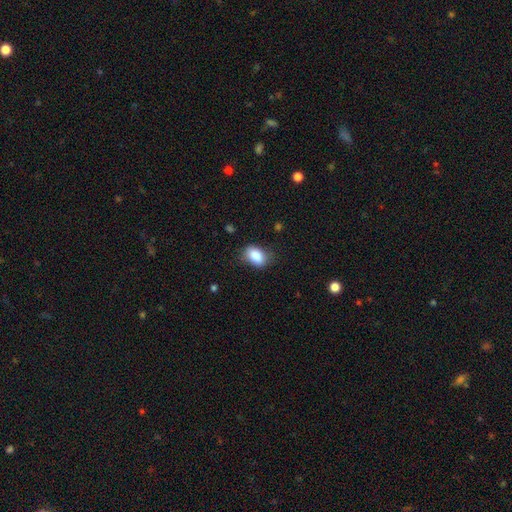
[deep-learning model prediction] A smooth galaxy with no disk features (86%) that is in between round and cigar-shaped (83%).

Vote fractions:
- Smooth or featured? smooth: 86% / star or artifact: 8% / featured or disk: 6%
- How rounded? in between: 83% / round: 16% / cigar-shaped: 1%
- Merging? none: 73% / minor disturbance: 20% / major disturbance: 5% / merger: 1%